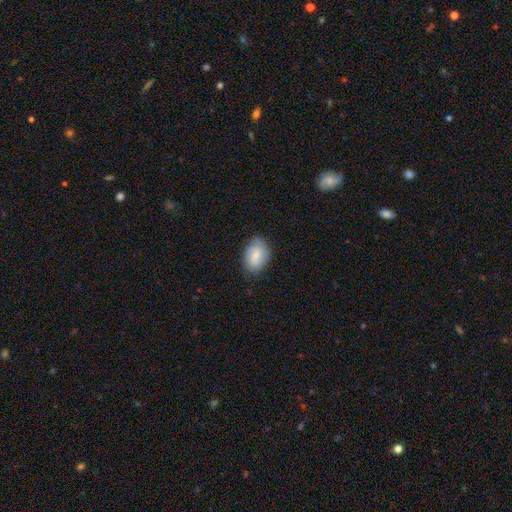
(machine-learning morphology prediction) The model was most divided on "smooth or featured": smooth: 66%, featured or disk: 26%, star or artifact: 7%. More confident: how rounded — in between (85%); merging — none (74%).